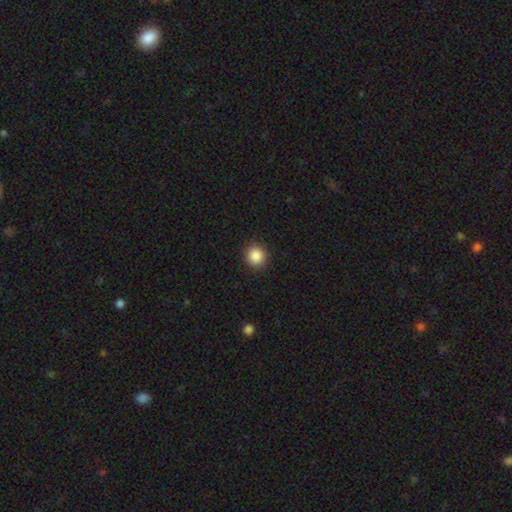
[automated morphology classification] type=smooth (87%); roundness=round (91%); merging=none (91%).